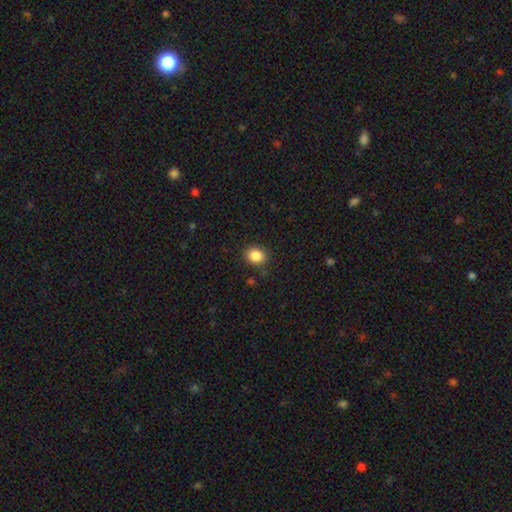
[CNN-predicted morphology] This is clearly a smooth galaxy (87%). How rounded: possibly round (54%). Merging: clearly none (86%).